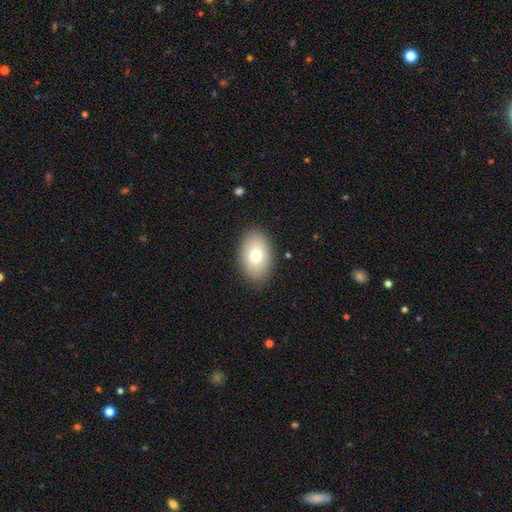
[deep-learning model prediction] A smooth galaxy with no disk features (74%) that is in between round and cigar-shaped (87%). Merging: none (87%).